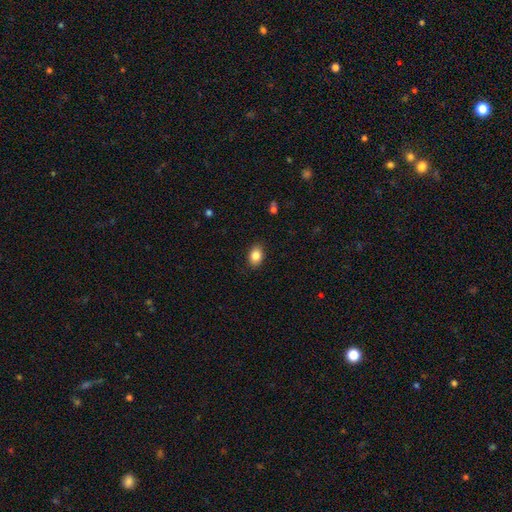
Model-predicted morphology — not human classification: smooth 86%, star or artifact 8%, featured or disk 6%. Down the decision tree: how rounded — in between (77%); merging — none (87%).